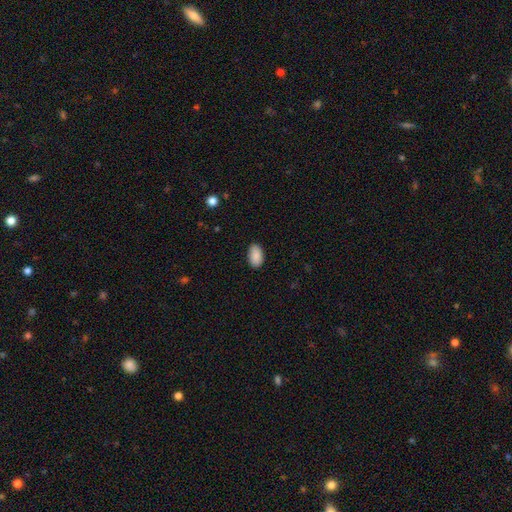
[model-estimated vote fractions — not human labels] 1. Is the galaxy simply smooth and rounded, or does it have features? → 90% smooth, 7% star or artifact, 3% featured or disk.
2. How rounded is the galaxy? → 94% in between, 4% round, 1% cigar-shaped.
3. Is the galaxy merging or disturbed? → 88% none, 9% minor disturbance, 2% major disturbance, 1% merger.